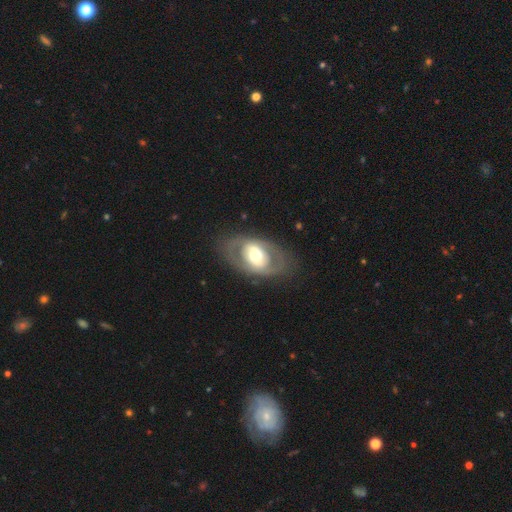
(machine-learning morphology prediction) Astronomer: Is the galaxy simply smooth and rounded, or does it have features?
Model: featured or disk — 64%.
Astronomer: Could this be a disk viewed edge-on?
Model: no — 92%.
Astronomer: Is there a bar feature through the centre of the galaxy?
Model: no — 47% (runner-up: weak, 28%).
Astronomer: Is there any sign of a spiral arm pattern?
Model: no — 68%.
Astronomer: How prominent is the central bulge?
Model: moderate — 60%.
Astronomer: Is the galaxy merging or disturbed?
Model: none — 77%.